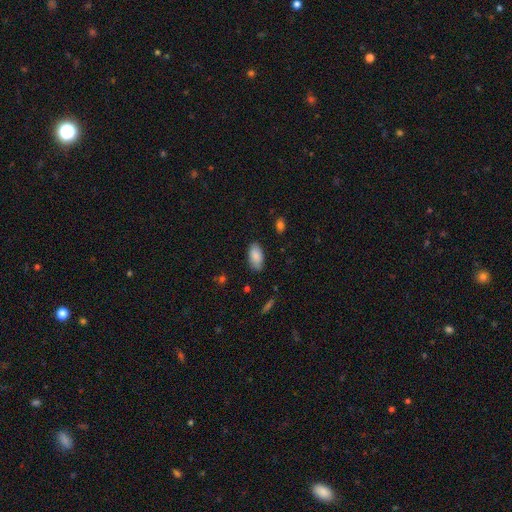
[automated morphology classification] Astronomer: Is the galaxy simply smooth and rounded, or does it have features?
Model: smooth — 86%.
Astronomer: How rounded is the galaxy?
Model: in between — 94%.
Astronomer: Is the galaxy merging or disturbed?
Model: none — 83%.